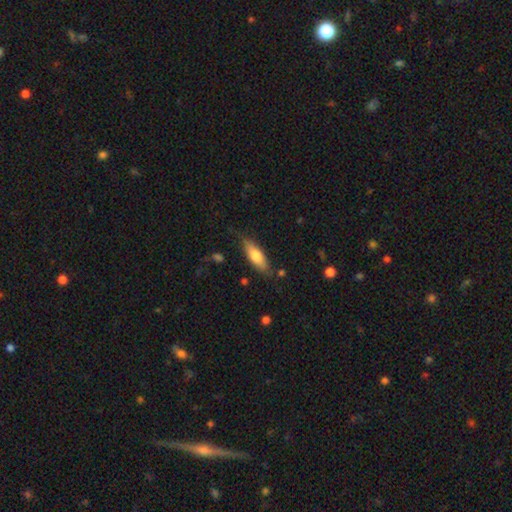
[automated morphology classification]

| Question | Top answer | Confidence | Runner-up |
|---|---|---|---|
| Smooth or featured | smooth | 68% | featured or disk (27%) |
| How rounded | in between | 53% | cigar-shaped (45%) |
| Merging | none | 79% | minor disturbance (16%) |